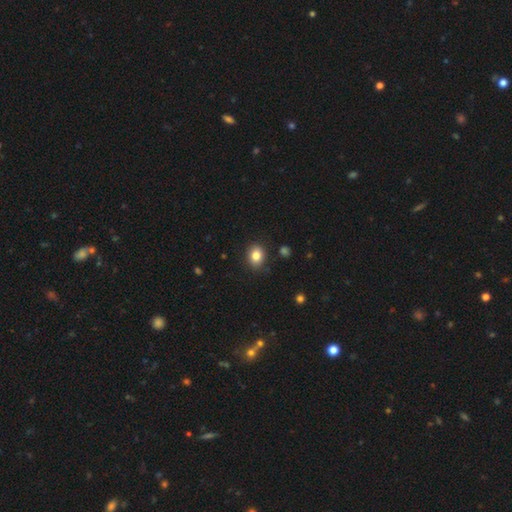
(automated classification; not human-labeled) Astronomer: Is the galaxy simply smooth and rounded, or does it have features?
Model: smooth — 83%.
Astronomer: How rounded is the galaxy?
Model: round — 53% (runner-up: in between, 46%).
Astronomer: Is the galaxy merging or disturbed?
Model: none — 86%.